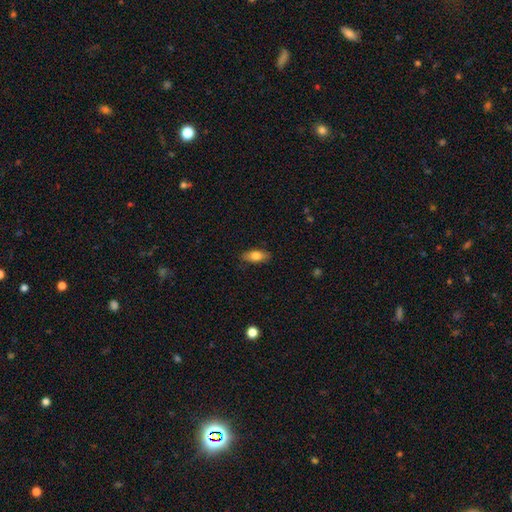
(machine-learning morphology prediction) Smooth or featured? smooth (78%)
How rounded? in between (85%)
Merging? none (85%)